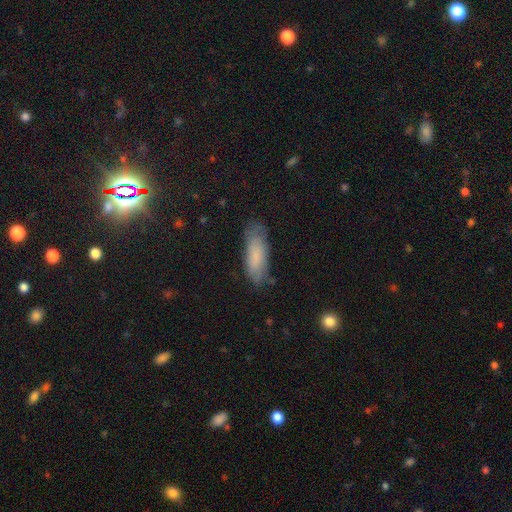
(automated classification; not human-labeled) A smooth galaxy with no disk features (74%) that is in between round and cigar-shaped (61%). Merging: none (70%).